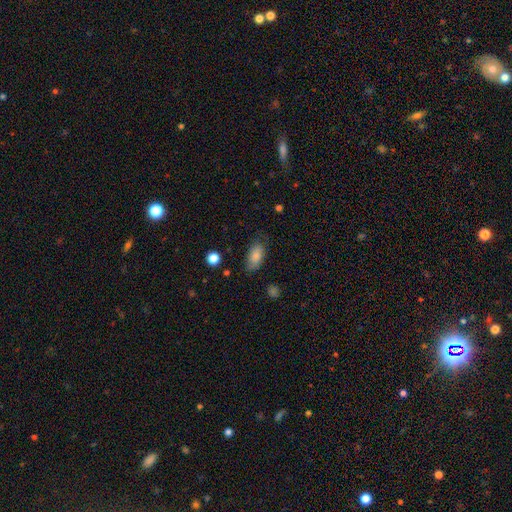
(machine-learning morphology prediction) Smooth or featured?
  - smooth: 84% *
  - featured or disk: 8%
  - star or artifact: 8%
How rounded?
  - in between: 90% *
  - cigar-shaped: 6%
  - round: 4%
Merging?
  - none: 69% *
  - minor disturbance: 23%
  - major disturbance: 6%
  - merger: 2%